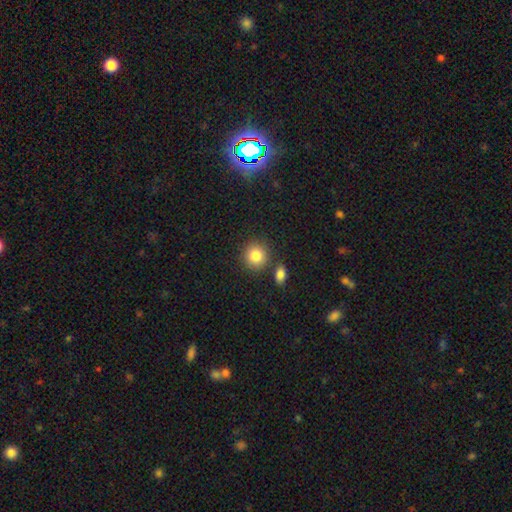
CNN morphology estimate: The model was most divided on "merging": none: 78%, merger: 10%, minor disturbance: 9%, major disturbance: 3%. More confident: how rounded — round (88%); smooth or featured — smooth (85%).